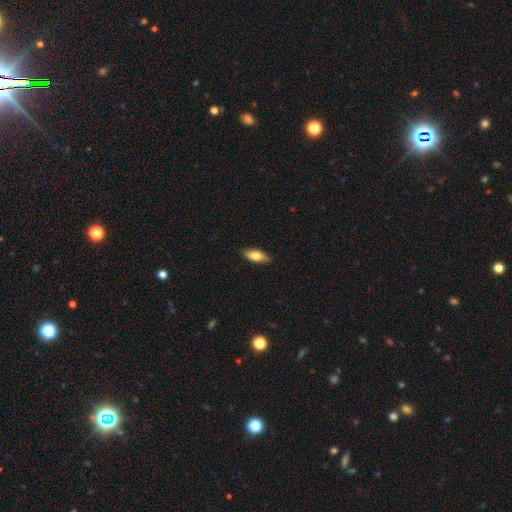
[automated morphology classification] Smooth or featured: smooth — 76% (featured or disk — 18%)
How rounded: in between — 76% (cigar-shaped — 21%)
Merging: none — 85% (minor disturbance — 12%)